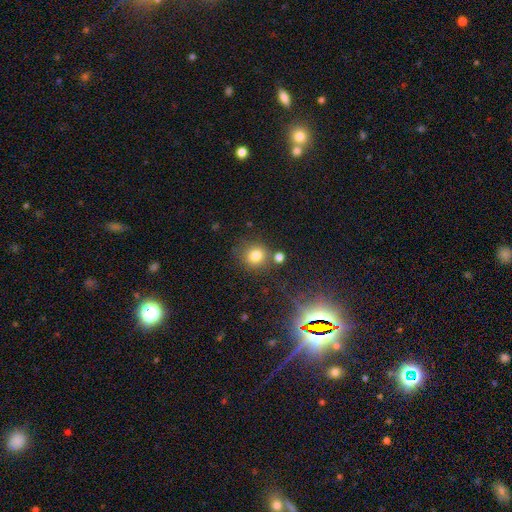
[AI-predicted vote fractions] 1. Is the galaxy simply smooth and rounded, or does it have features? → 78% smooth, 14% star or artifact, 7% featured or disk.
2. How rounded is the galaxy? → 86% round, 13% in between, 1% cigar-shaped.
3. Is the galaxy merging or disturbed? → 72% none, 12% merger, 12% minor disturbance, 4% major disturbance.